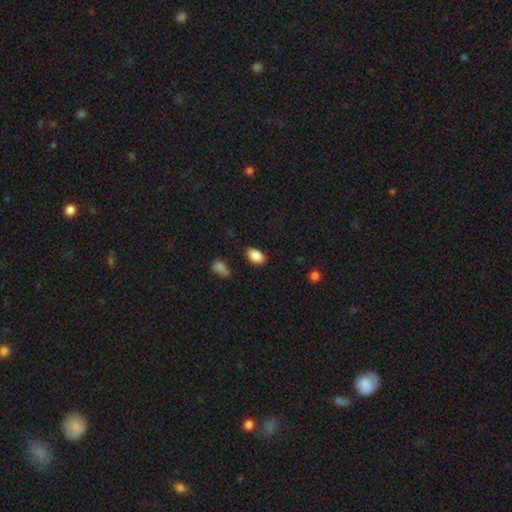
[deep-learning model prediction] Smooth or featured? Predicted: smooth (p=0.88). How rounded? Predicted: in between (p=0.90). Merging? Predicted: none (p=0.85).